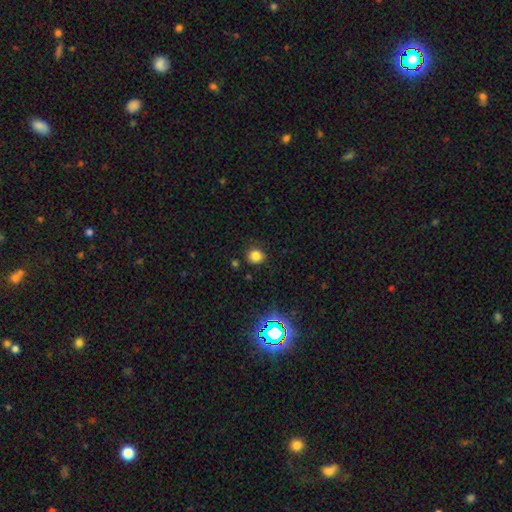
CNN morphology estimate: smooth 79%, star or artifact 16%, featured or disk 5%. Down the decision tree: how rounded — round (81%); merging — none (85%).